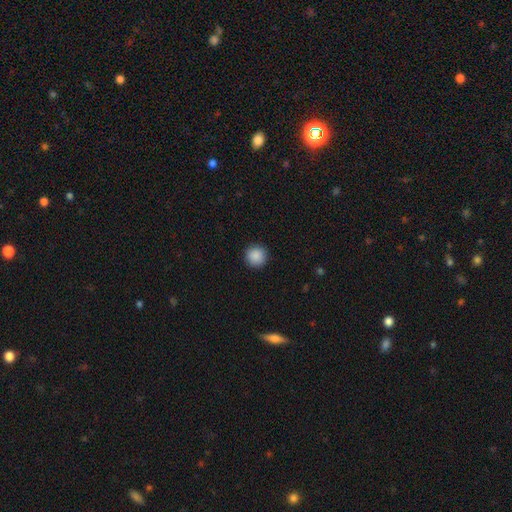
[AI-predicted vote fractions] This is clearly a smooth galaxy (89%). How rounded: clearly round (96%). Merging: clearly none (92%).